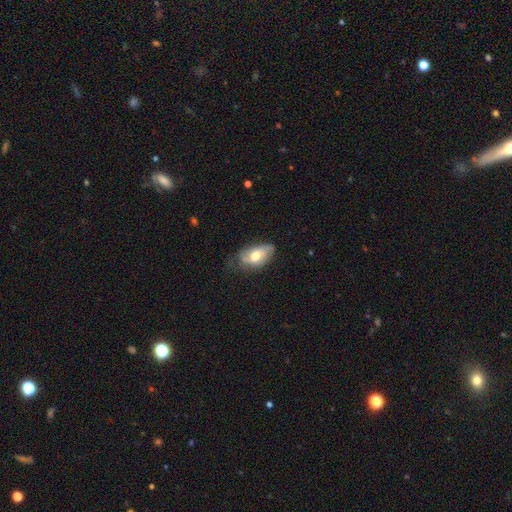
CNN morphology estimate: The model was most divided on "smooth or featured": featured or disk: 47%, smooth: 45%, star or artifact: 7%. Remaining: merging — none (46%).